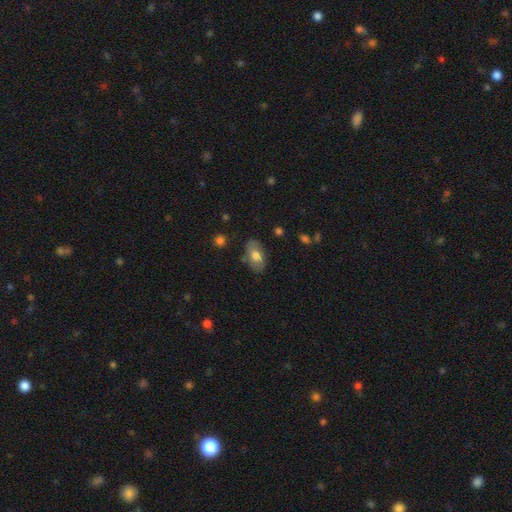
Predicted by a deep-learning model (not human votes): Smooth or featured: smooth — 70% (featured or disk — 23%)
How rounded: in between — 93% (round — 5%)
Merging: none — 77% (minor disturbance — 17%)